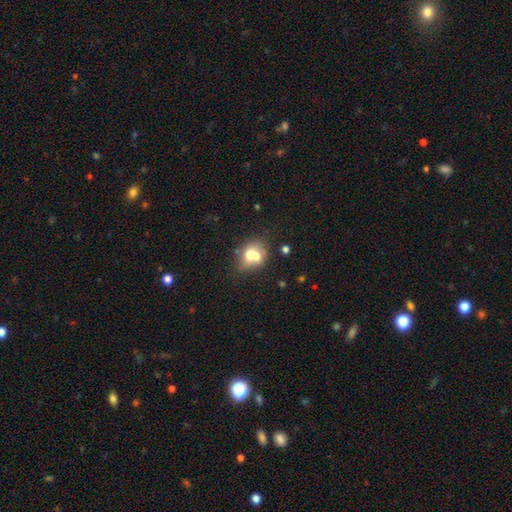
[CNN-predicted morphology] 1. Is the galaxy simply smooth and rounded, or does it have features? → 62% smooth, 27% featured or disk, 11% star or artifact.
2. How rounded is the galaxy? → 51% round, 48% in between, 1% cigar-shaped.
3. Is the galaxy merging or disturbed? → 55% merger, 30% none, 10% minor disturbance, 5% major disturbance.